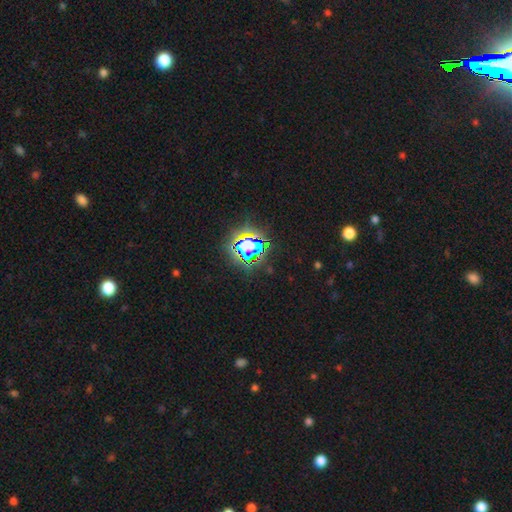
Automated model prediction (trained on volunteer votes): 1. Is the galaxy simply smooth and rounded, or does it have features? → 73% star or artifact, 17% smooth, 10% featured or disk.